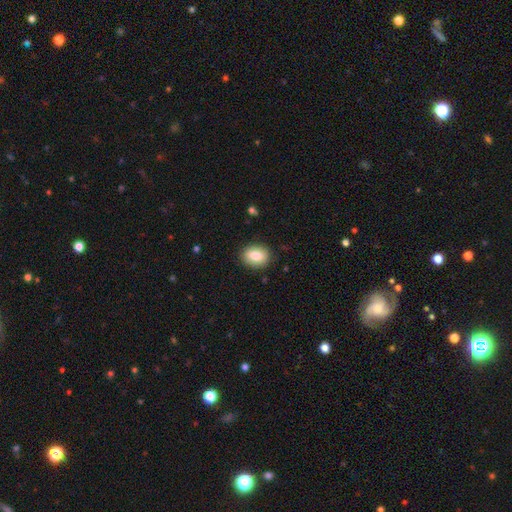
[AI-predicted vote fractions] smooth_or_featured: smooth (p=0.83) [alt: featured or disk p=0.09]
how_rounded: in between (p=0.63) [alt: round p=0.36]
merging: none (p=0.87) [alt: minor disturbance p=0.10]